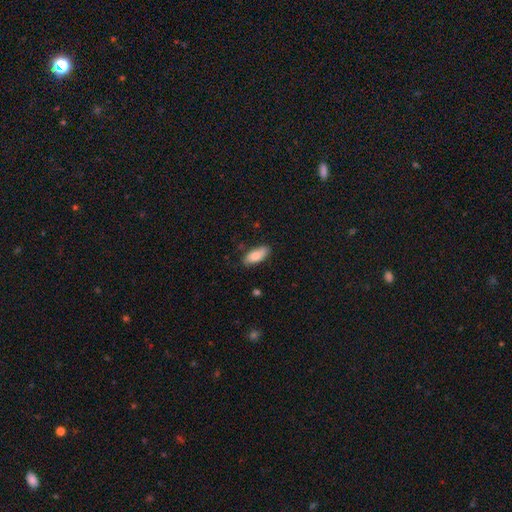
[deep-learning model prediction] Smooth or featured: smooth — 80% (featured or disk — 14%)
How rounded: in between — 83% (cigar-shaped — 15%)
Merging: none — 77% (minor disturbance — 18%)